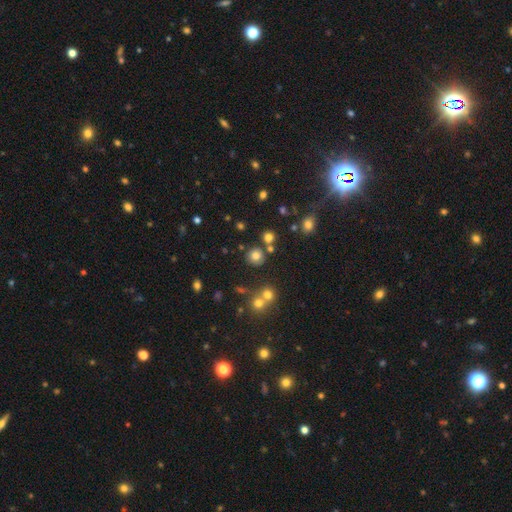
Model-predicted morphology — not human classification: smooth_or_featured: smooth (p=0.76) [alt: star or artifact p=0.17]
how_rounded: round (p=0.91) [alt: in between p=0.08]
merging: none (p=0.80) [alt: merger p=0.09]